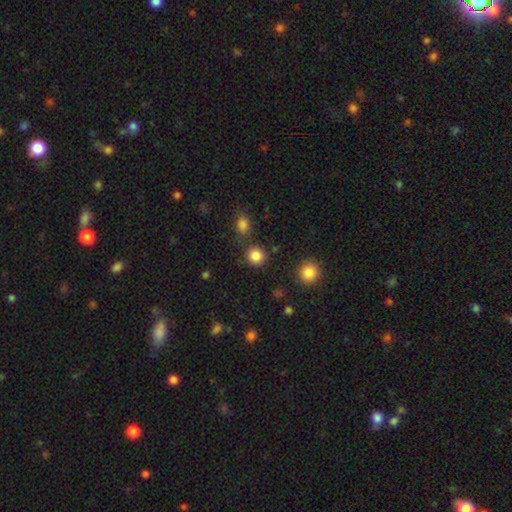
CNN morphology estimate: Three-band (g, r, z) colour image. It shows a smooth galaxy with no disk features (84%) that is round (92%). Merging: none (83%).